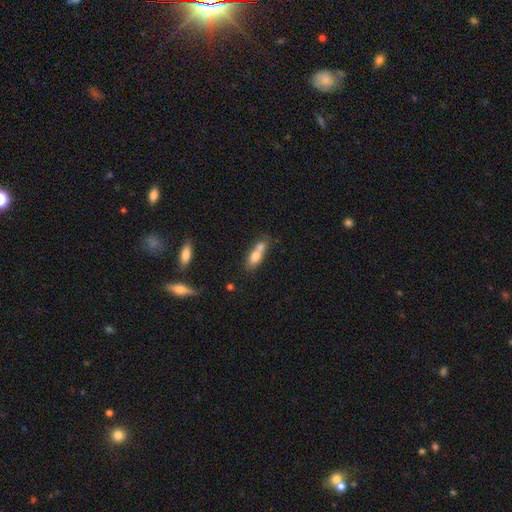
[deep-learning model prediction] Smooth or featured?
  - smooth: 71% *
  - featured or disk: 20%
  - star or artifact: 8%
How rounded?
  - in between: 71% *
  - cigar-shaped: 21%
  - round: 8%
Merging?
  - merger: 53% *
  - none: 29%
  - minor disturbance: 13%
  - major disturbance: 6%